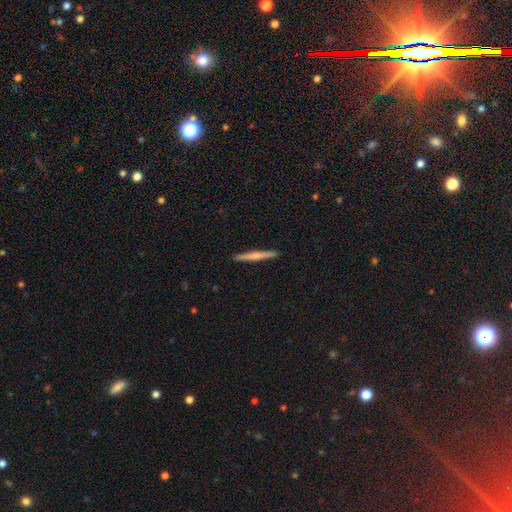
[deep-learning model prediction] This is possibly a smooth galaxy (54%). How rounded: clearly cigar-shaped (96%). Merging: clearly none (93%).